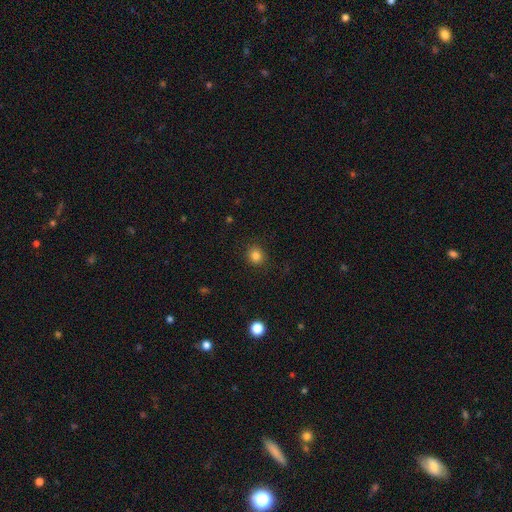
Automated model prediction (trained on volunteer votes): Smooth or featured: smooth — 83% (star or artifact — 12%)
How rounded: round — 81% (in between — 18%)
Merging: none — 88% (minor disturbance — 9%)